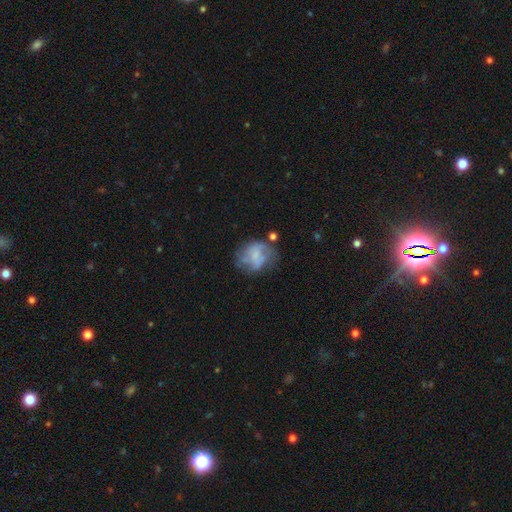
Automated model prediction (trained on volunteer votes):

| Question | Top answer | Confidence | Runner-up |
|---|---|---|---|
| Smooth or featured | featured or disk | 51% | smooth (39%) |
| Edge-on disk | no | 98% | yes (2%) |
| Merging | none | 46% | minor disturbance (24%) |